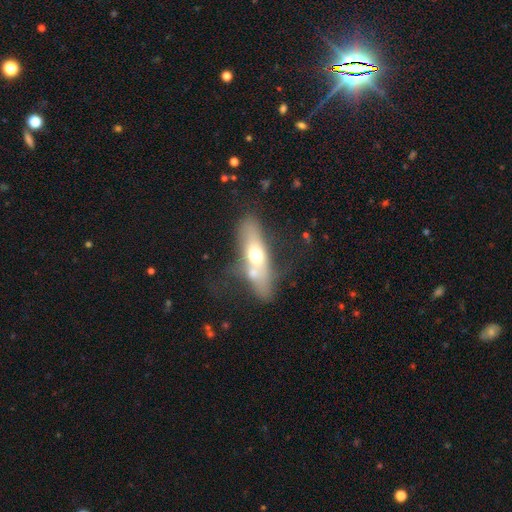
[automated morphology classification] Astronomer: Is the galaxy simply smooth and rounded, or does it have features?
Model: smooth — 50% (runner-up: featured or disk, 42%).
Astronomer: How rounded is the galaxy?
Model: in between — 49% (runner-up: cigar-shaped, 45%).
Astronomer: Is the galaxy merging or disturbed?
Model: none — 35%, tied with merger at 35%.